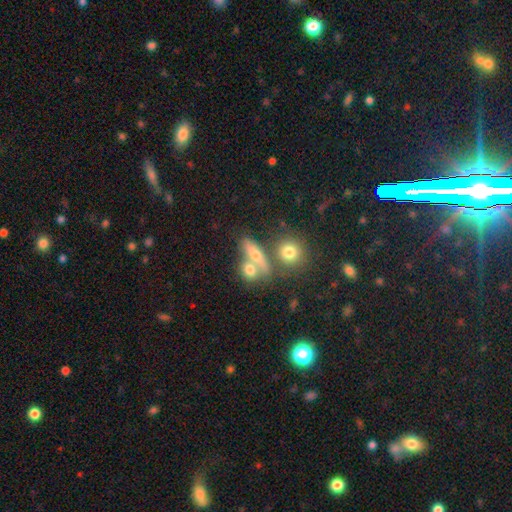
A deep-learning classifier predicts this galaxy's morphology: Overall: smooth (56%; featured or disk 30%). How rounded: in between (49%; cigar-shaped 29%). Merging: none (46%; merger 37%).